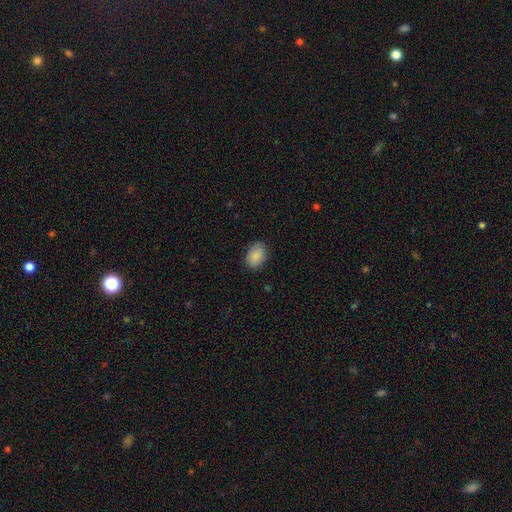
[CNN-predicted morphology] Smooth or featured?
  - smooth: 88% *
  - star or artifact: 7%
  - featured or disk: 5%
How rounded?
  - in between: 82% *
  - round: 17%
  - cigar-shaped: 1%
Merging?
  - none: 84% *
  - minor disturbance: 12%
  - major disturbance: 3%
  - merger: 1%